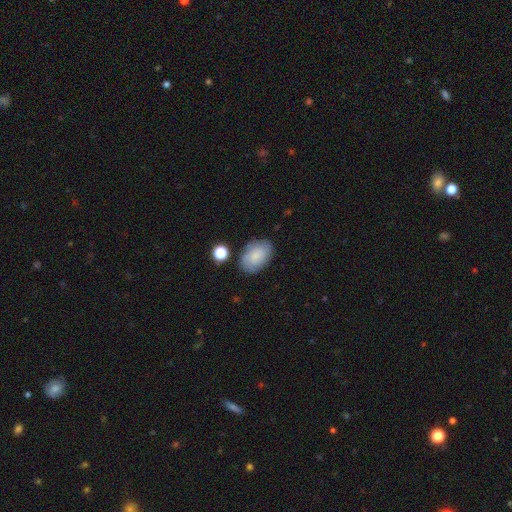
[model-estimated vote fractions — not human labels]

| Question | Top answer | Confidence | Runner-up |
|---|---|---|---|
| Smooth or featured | smooth | 74% | featured or disk (18%) |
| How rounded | in between | 89% | round (10%) |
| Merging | none | 76% | minor disturbance (16%) |